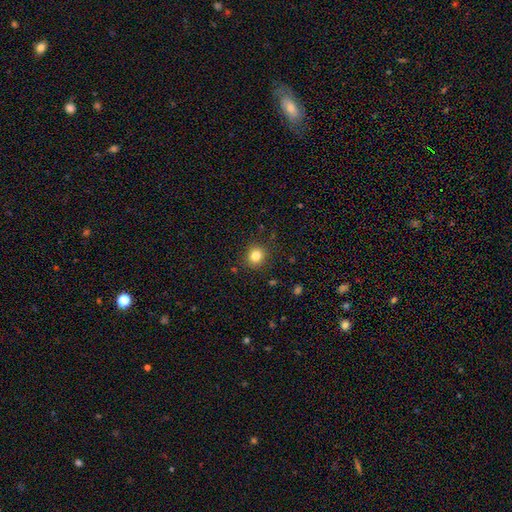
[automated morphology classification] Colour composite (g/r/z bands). It shows a smooth galaxy with no disk features (82%) that is round (84%). Merging: none (88%).